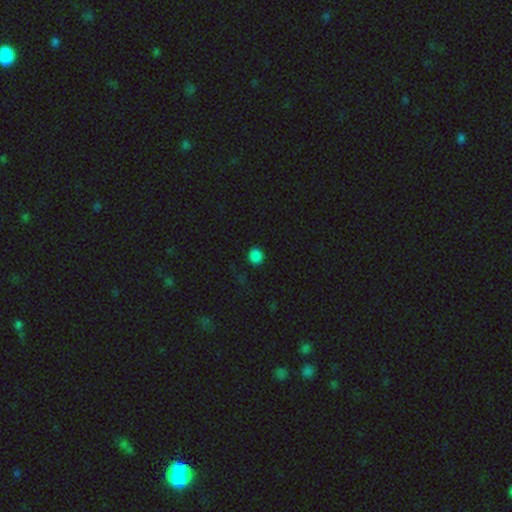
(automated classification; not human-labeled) This is clearly a smooth galaxy (85%). How rounded: clearly round (91%). Merging: clearly none (91%).